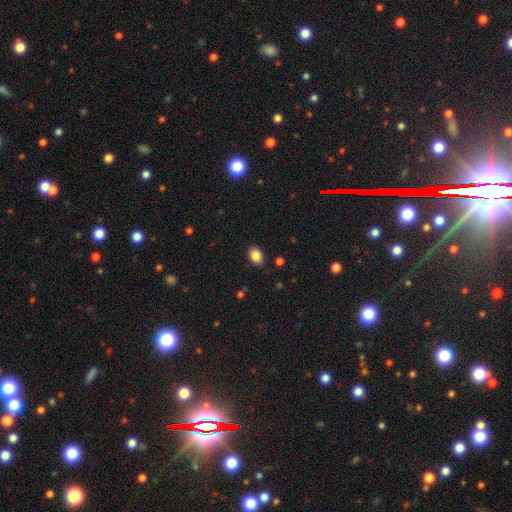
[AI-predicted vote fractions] A smooth galaxy with no disk features (86%) that is in between round and cigar-shaped (80%).

Vote fractions:
- Smooth or featured? smooth: 86% / star or artifact: 9% / featured or disk: 5%
- How rounded? in between: 80% / round: 19% / cigar-shaped: 1%
- Merging? none: 87% / minor disturbance: 10% / major disturbance: 2% / merger: 1%